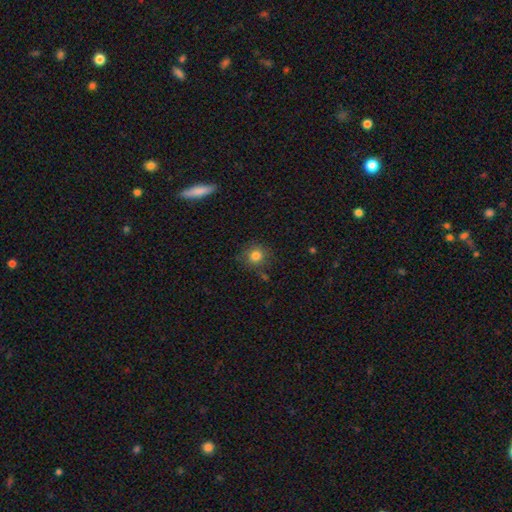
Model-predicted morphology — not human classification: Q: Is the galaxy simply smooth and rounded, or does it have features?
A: smooth — 82%.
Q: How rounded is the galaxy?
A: round — 89%.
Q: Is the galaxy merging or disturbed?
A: none — 81%.